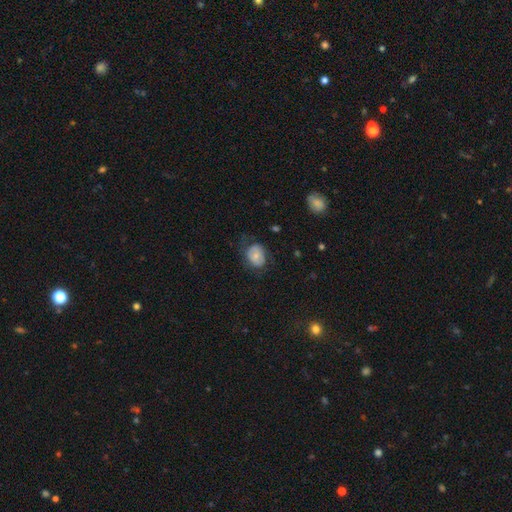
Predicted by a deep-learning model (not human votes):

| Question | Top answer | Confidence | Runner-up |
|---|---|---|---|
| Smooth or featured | smooth | 65% | featured or disk (27%) |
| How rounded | in between | 53% | round (46%) |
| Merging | none | 57% | minor disturbance (26%) |